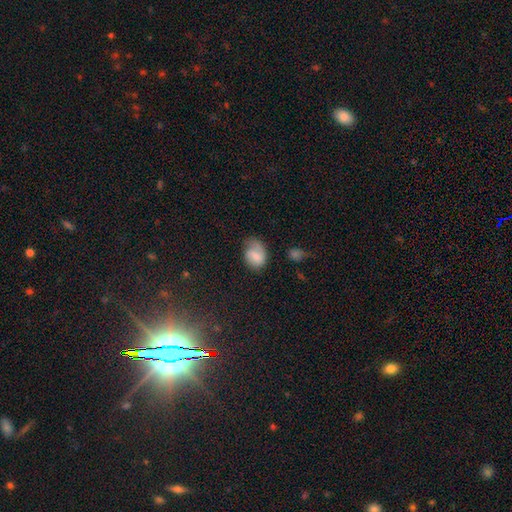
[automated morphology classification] Overall: smooth (64%; featured or disk 28%). How rounded: in between (67%; round 31%). Merging: none (47%; minor disturbance 32%).